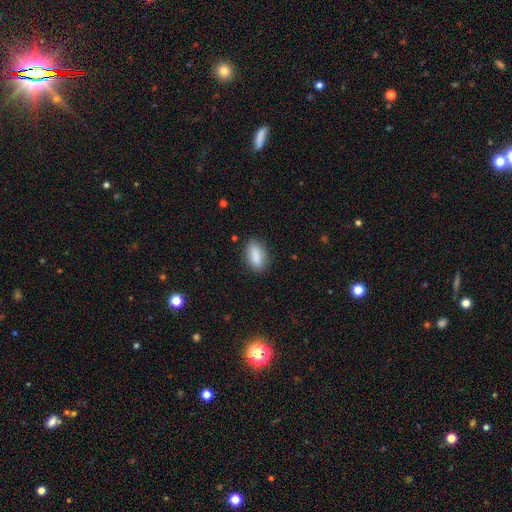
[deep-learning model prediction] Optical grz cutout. It shows a smooth galaxy with no disk features (86%) that is in between round and cigar-shaped (84%). Merging: none (82%).